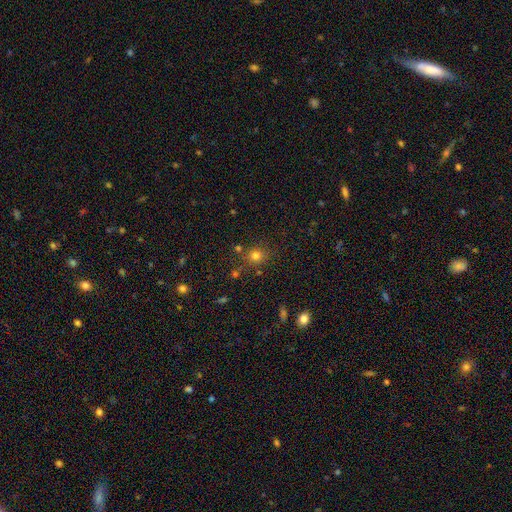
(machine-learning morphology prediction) Smooth or featured? smooth (76%)
How rounded? round (86%)
Merging? none (79%)